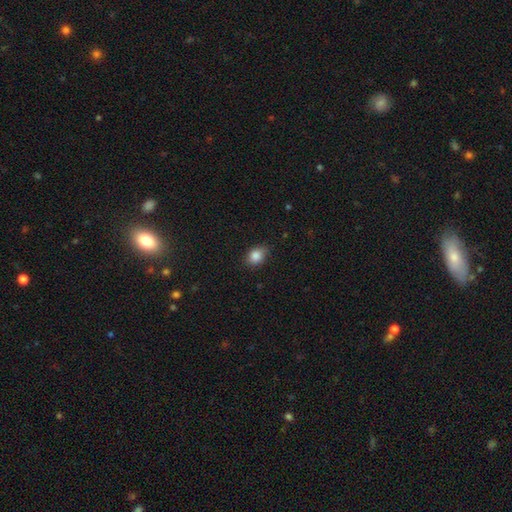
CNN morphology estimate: smooth 85%, star or artifact 9%, featured or disk 5%. Down the decision tree: how rounded — in between (58%); merging — none (75%).